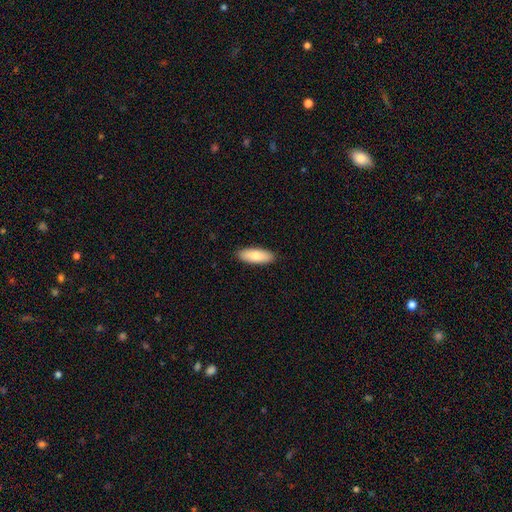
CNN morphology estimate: smooth 83%, featured or disk 12%, star or artifact 5%. Down the decision tree: how rounded — in between (68%); merging — none (90%).